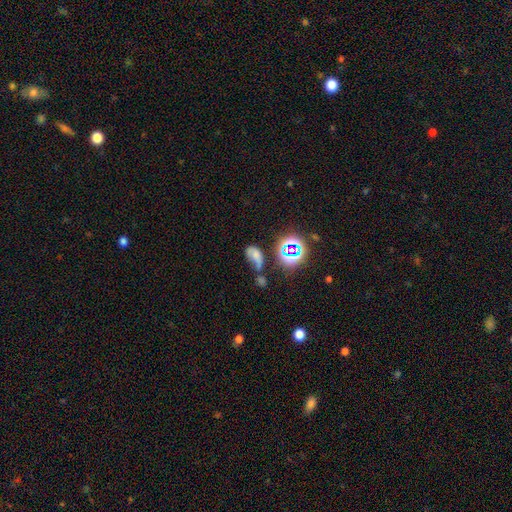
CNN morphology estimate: Smooth or featured? Predicted: smooth (p=0.49). Merging? Predicted: major disturbance (p=0.28).